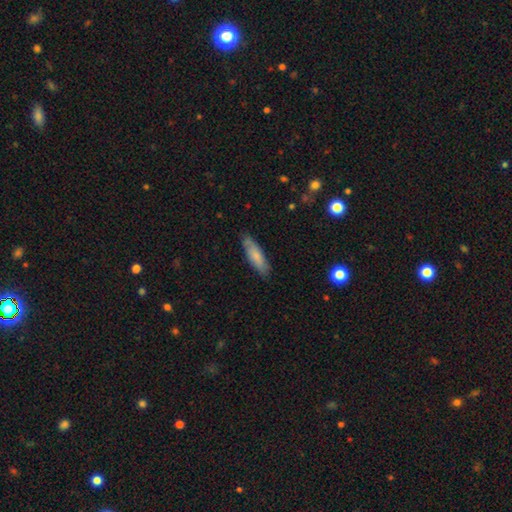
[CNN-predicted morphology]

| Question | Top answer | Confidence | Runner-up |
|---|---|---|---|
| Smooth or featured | smooth | 76% | featured or disk (19%) |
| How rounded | cigar-shaped | 57% | in between (41%) |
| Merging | none | 83% | minor disturbance (13%) |